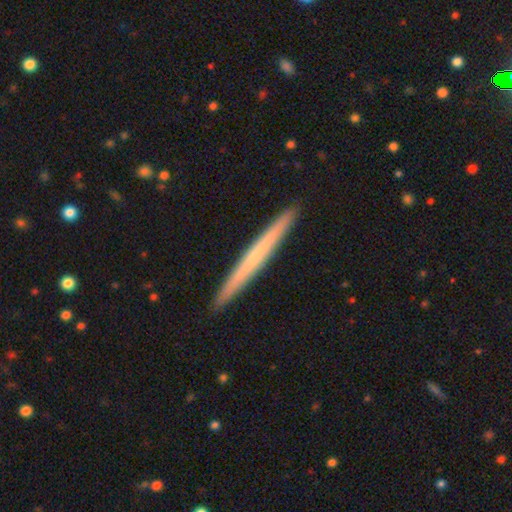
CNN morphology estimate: smooth-or-featured: featured or disk: 53% | smooth: 42% | star or artifact: 6%
  disk-edge-on: yes: 97% | no: 3%
    edge-on-bulge: none: 75% | rounded: 22% | boxy: 3%
  merging: none: 93% | minor disturbance: 5% | major disturbance: 1% | merger: 1%